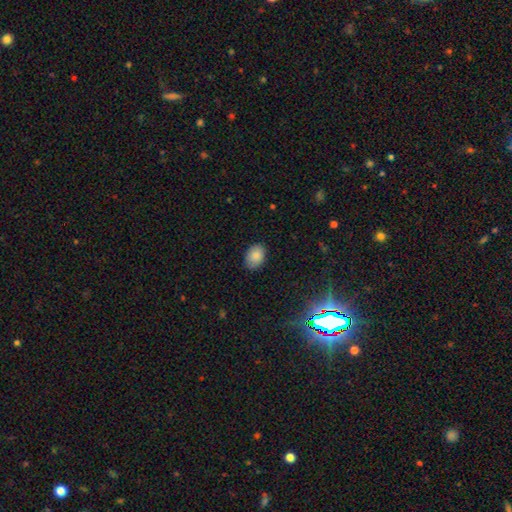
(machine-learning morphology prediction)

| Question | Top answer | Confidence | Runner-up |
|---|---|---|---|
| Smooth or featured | smooth | 87% | star or artifact (8%) |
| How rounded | in between | 78% | round (21%) |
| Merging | none | 84% | minor disturbance (12%) |